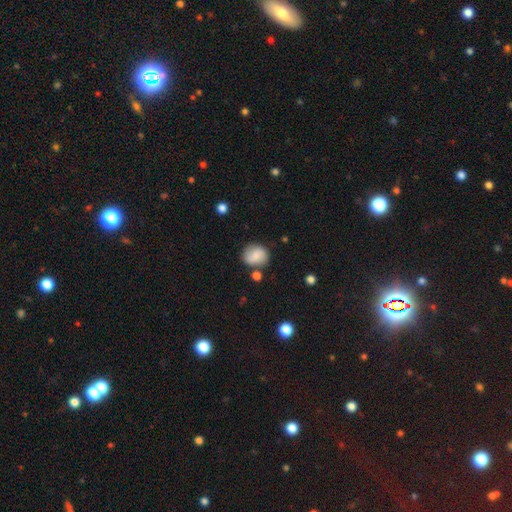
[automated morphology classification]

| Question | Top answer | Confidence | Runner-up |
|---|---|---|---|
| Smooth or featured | smooth | 72% | featured or disk (19%) |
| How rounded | round | 70% | in between (29%) |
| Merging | none | 70% | minor disturbance (17%) |